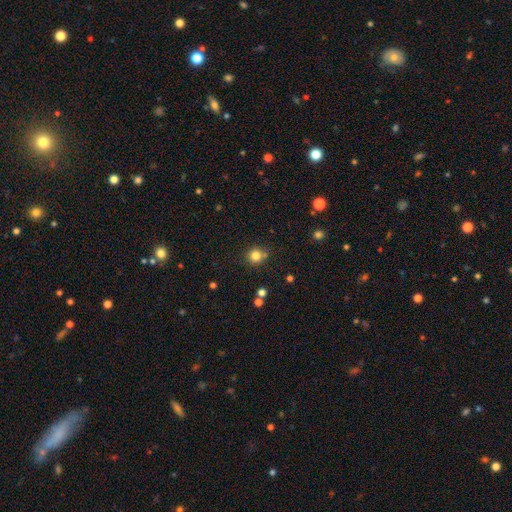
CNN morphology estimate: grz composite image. It shows a smooth galaxy with no disk features (81%) that is round (91%). Merging: none (75%).